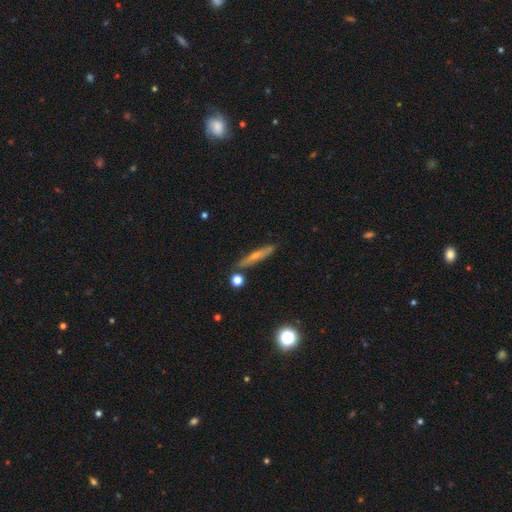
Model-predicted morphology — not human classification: A featured or disk galaxy (55%) viewed edge-on (91%). Merging: none (85%).